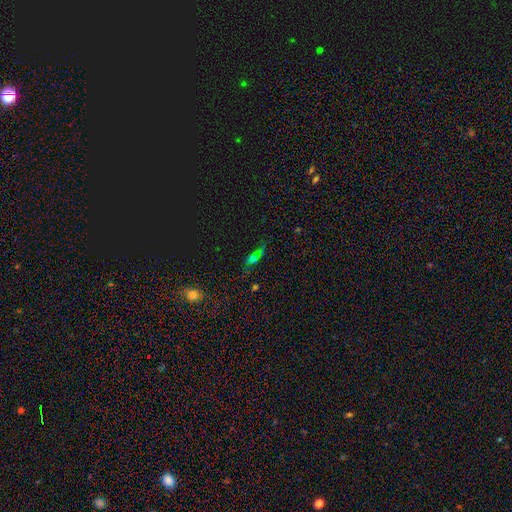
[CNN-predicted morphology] The model was most divided on "smooth or featured": smooth: 40%, star or artifact: 32%, featured or disk: 28%. Remaining: merging — none (48%).